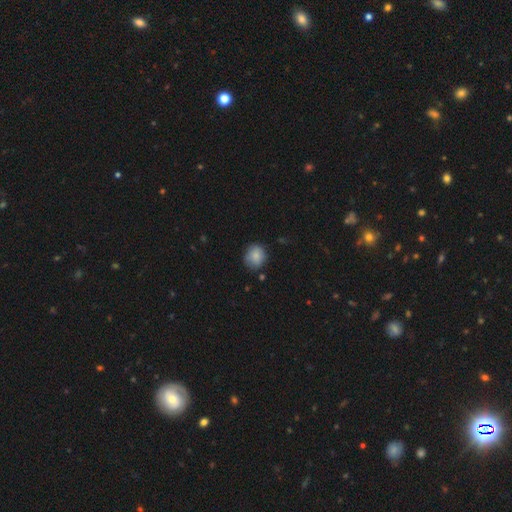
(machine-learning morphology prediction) Smooth or featured: smooth — 86% (star or artifact — 8%)
How rounded: round — 77% (in between — 22%)
Merging: none — 78% (minor disturbance — 17%)